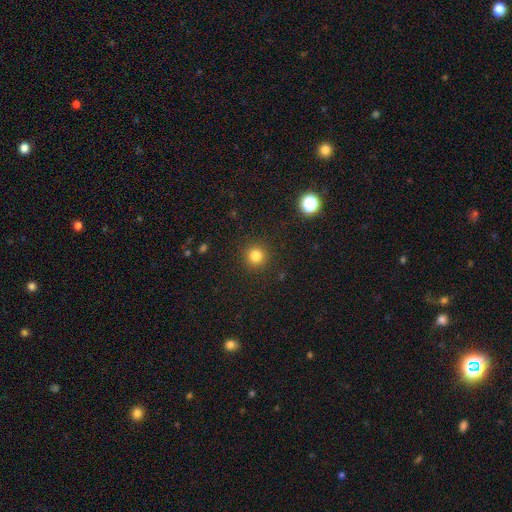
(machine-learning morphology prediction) Q: Smooth or featured?
A: smooth (82%); runner-up: star or artifact (13%)
Q: How rounded?
A: round (95%); runner-up: in between (4%)
Q: Merging?
A: none (91%); runner-up: minor disturbance (5%)